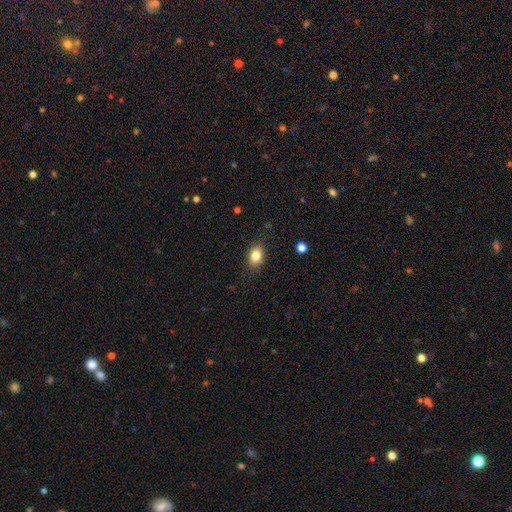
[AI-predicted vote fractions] smooth 82%, star or artifact 9%, featured or disk 9%. Down the decision tree: how rounded — in between (76%); merging — none (83%).